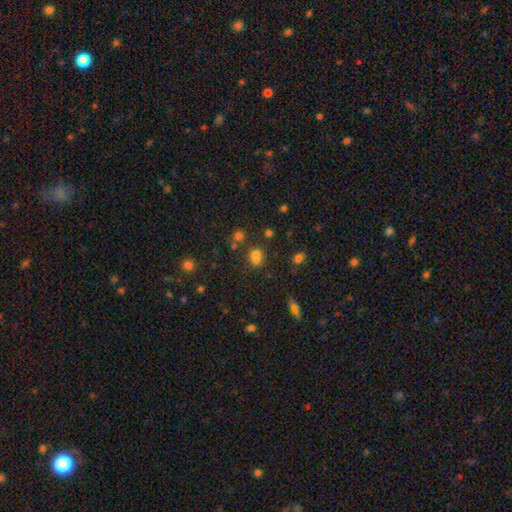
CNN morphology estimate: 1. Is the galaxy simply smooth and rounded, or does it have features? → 63% smooth, 23% star or artifact, 14% featured or disk.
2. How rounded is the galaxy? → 76% round, 23% in between, 1% cigar-shaped.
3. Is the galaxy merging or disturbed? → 44% none, 43% merger, 8% minor disturbance, 4% major disturbance.